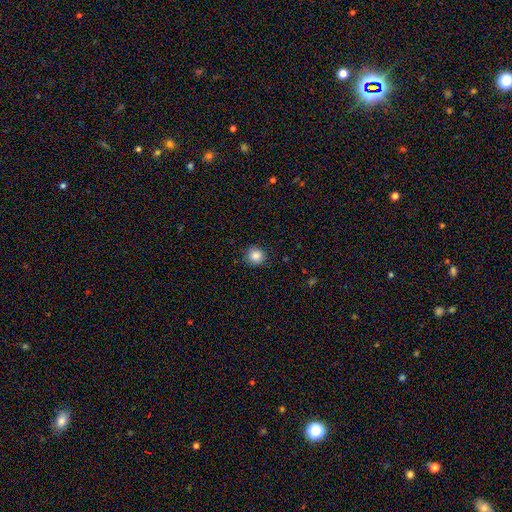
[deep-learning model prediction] Q: Smooth or featured?
A: smooth (86%); runner-up: star or artifact (10%)
Q: How rounded?
A: round (92%); runner-up: in between (7%)
Q: Merging?
A: none (90%); runner-up: minor disturbance (7%)